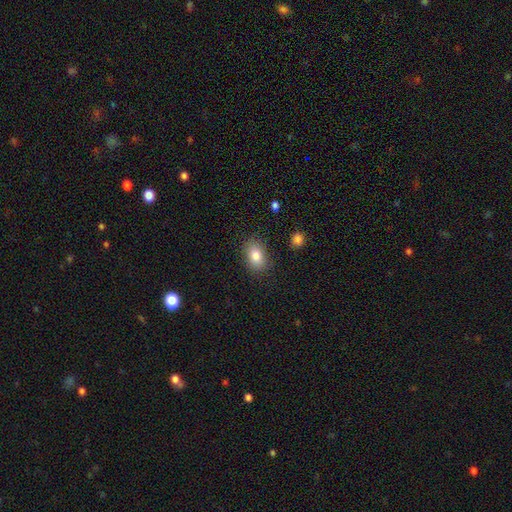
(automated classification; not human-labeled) smooth_or_featured: smooth (p=0.83) [alt: star or artifact p=0.09]
how_rounded: in between (p=0.81) [alt: round p=0.18]
merging: none (p=0.84) [alt: minor disturbance p=0.11]